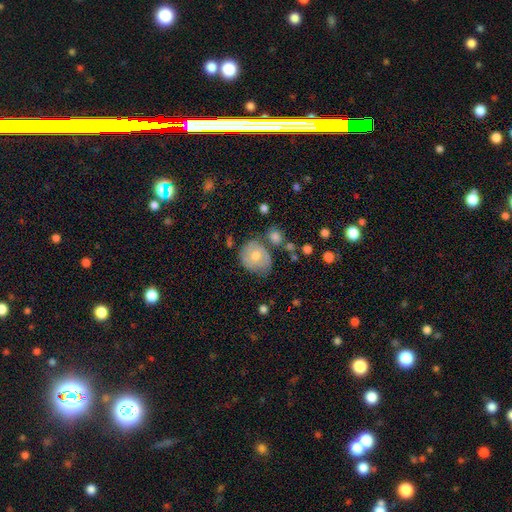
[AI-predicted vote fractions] Smooth or featured? Predicted: smooth (p=0.58). How rounded? Predicted: round (p=0.64). Merging? Predicted: none (p=0.52).